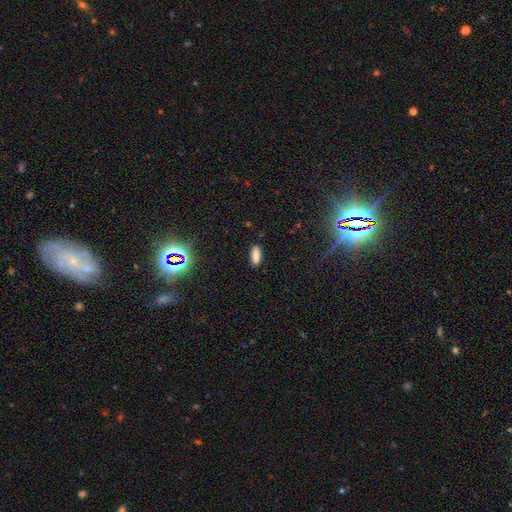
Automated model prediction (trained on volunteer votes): smooth_or_featured: smooth (p=0.82) [alt: star or artifact p=0.12]
how_rounded: in between (p=0.74) [alt: cigar-shaped p=0.24]
merging: none (p=0.87) [alt: minor disturbance p=0.10]